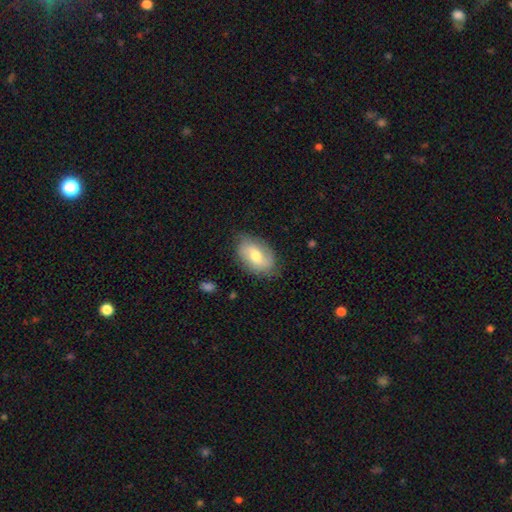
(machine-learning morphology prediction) Smooth or featured?
  - smooth: 54% *
  - featured or disk: 39%
  - star or artifact: 7%
How rounded?
  - in between: 88% *
  - round: 10%
  - cigar-shaped: 2%
Merging?
  - none: 75% *
  - minor disturbance: 19%
  - major disturbance: 5%
  - merger: 1%